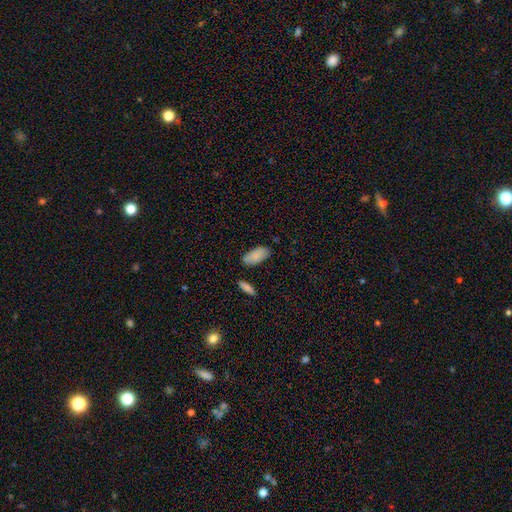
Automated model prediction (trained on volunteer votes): Smooth or featured: smooth — 88% (star or artifact — 7%)
How rounded: in between — 90% (cigar-shaped — 8%)
Merging: none — 80% (minor disturbance — 14%)